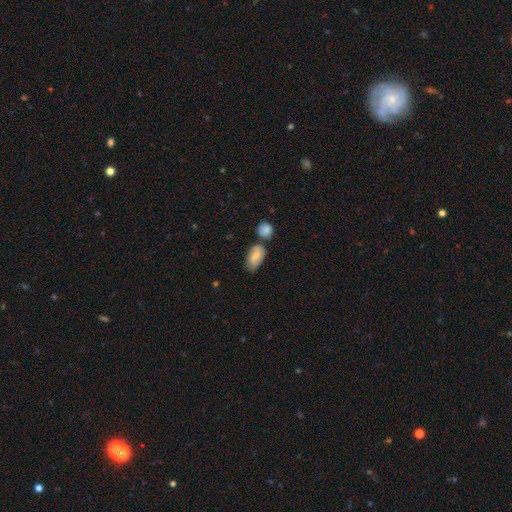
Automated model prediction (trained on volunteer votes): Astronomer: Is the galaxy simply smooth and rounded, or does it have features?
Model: smooth — 61%.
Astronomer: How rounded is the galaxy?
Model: in between — 90%.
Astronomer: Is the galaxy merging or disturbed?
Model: none — 51%.